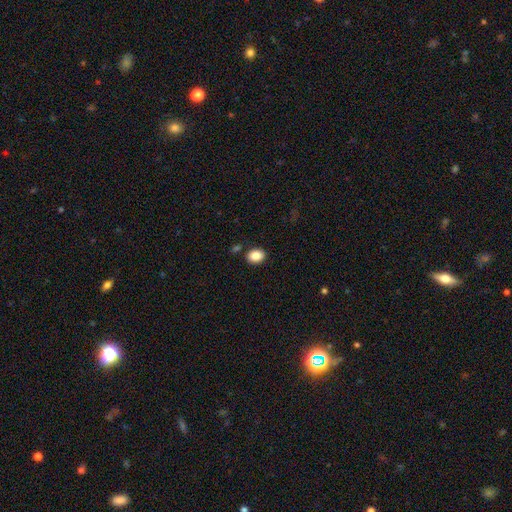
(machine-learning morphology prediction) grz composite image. It shows a smooth galaxy with no disk features (88%) that is in between round and cigar-shaped (61%). Merging: none (85%).